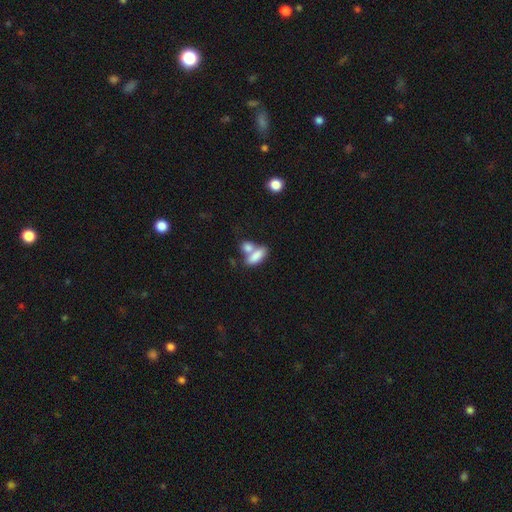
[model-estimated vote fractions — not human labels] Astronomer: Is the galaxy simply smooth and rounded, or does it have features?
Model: smooth — 80%.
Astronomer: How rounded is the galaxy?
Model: in between — 77%.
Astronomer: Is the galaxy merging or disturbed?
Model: merger — 53% (runner-up: none, 32%).